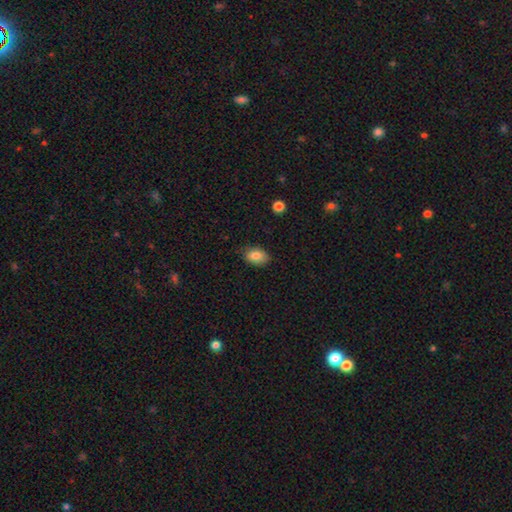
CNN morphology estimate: This appears to be a smooth galaxy with no disk features (84%) that is in between round and cigar-shaped (84%). Merging: none (80%).